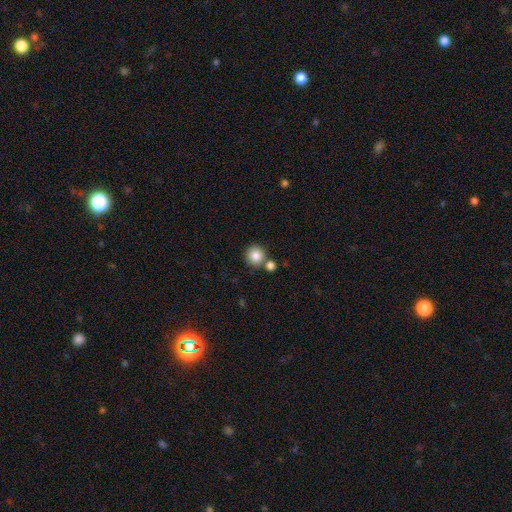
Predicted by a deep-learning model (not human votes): smooth-or-featured: smooth: 85% | star or artifact: 9% | featured or disk: 5%
  how-rounded: round: 93% | in between: 6% | cigar-shaped: 1%
  merging: none: 72% | merger: 18% | minor disturbance: 8% | major disturbance: 3%